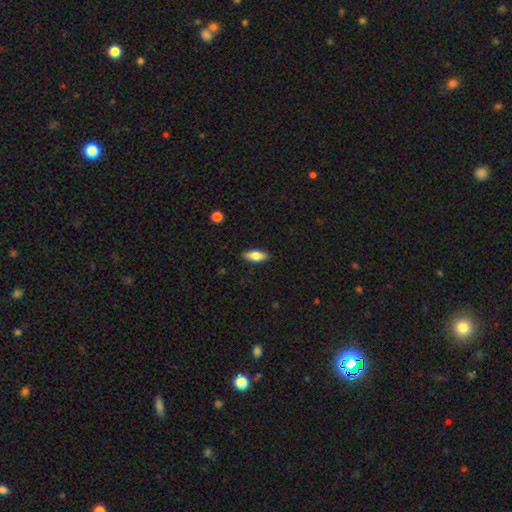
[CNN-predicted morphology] smooth-or-featured: smooth: 72% | featured or disk: 21% | star or artifact: 7%
  how-rounded: in between: 75% | cigar-shaped: 22% | round: 3%
  merging: none: 89% | minor disturbance: 9% | major disturbance: 2% | merger: 1%